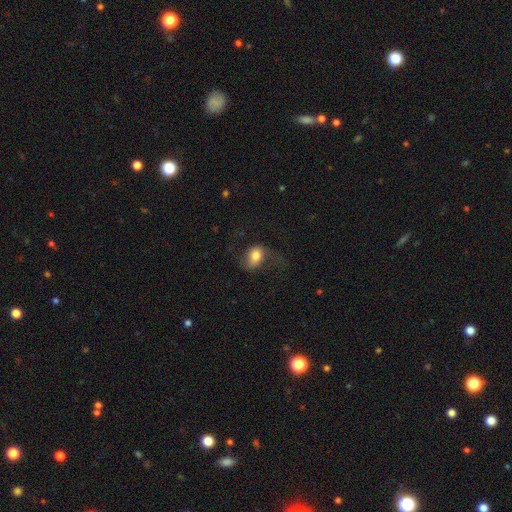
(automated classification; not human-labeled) Morphology: type=smooth (62%); roundness=in between (66%); merging=none (49%).